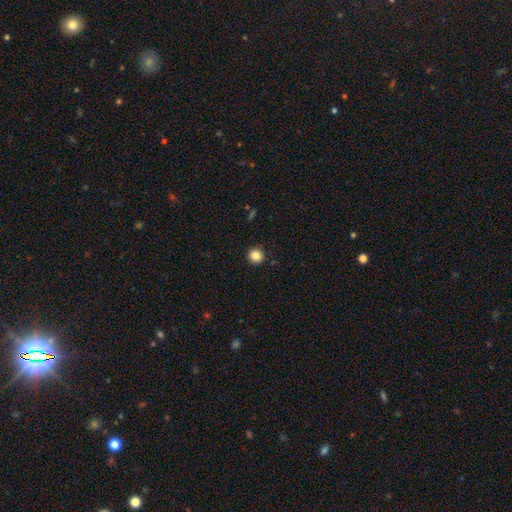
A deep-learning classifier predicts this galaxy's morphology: This is clearly a smooth galaxy (85%). How rounded: clearly round (91%). Merging: clearly none (92%).